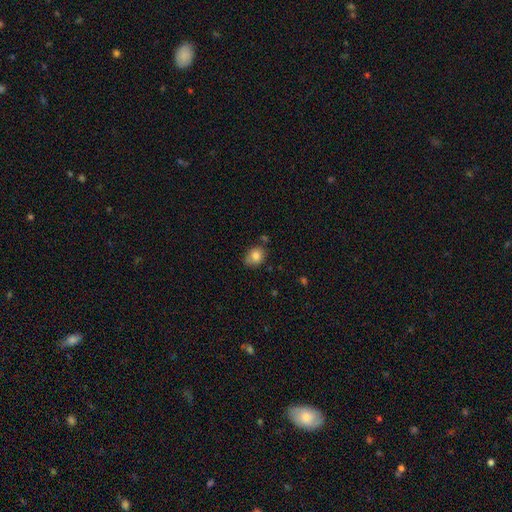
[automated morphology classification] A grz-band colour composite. It shows a smooth galaxy with no disk features (83%) that is round (50%). Merging: none (62%).